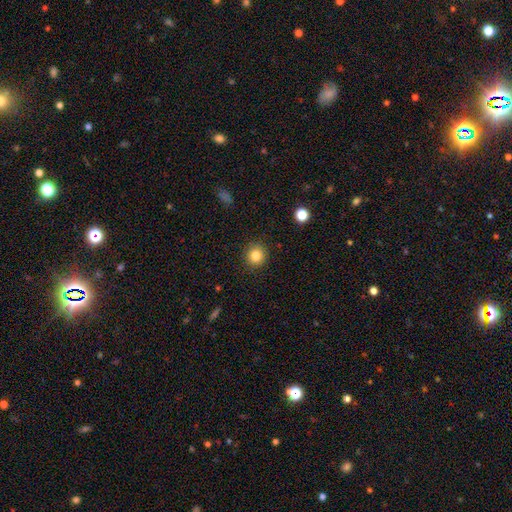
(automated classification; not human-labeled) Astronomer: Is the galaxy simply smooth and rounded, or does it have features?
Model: smooth — 82%.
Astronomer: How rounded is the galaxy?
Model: round — 89%.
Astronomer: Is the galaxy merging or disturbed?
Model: none — 90%.